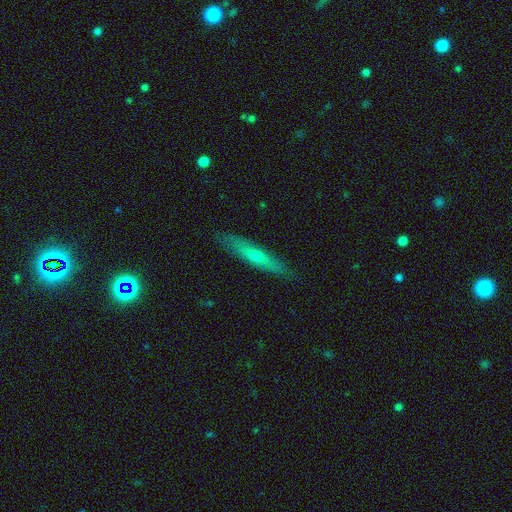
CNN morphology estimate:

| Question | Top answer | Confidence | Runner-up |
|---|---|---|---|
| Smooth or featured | smooth | 47% | tied: featured or disk (47%) |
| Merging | none | 87% | minor disturbance (10%) |